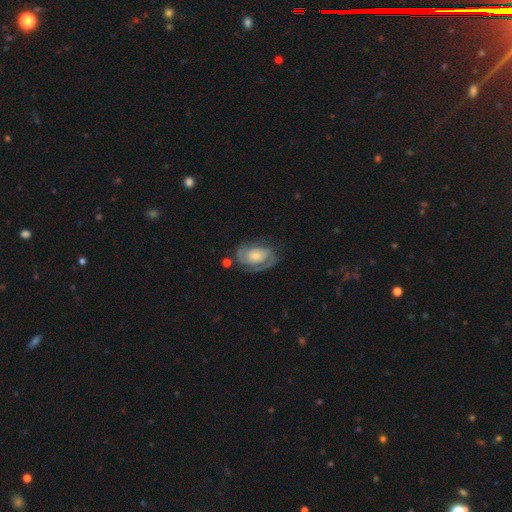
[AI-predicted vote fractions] Smooth or featured? featured or disk (76%)
Edge-on disk? no (97%)
Bar? no (73%)
Spiral arms? yes (89%)
Spiral winding? tight (49%)
Spiral arm count? 2 (64%)
Bulge size? small (50%)
Merging? none (61%)